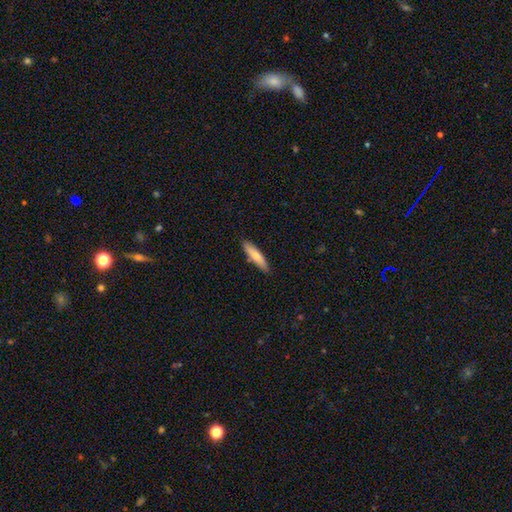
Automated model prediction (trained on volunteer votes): Q: Smooth or featured?
A: smooth (71%); runner-up: featured or disk (23%)
Q: How rounded?
A: cigar-shaped (78%); runner-up: in between (21%)
Q: Merging?
A: none (85%); runner-up: minor disturbance (11%)